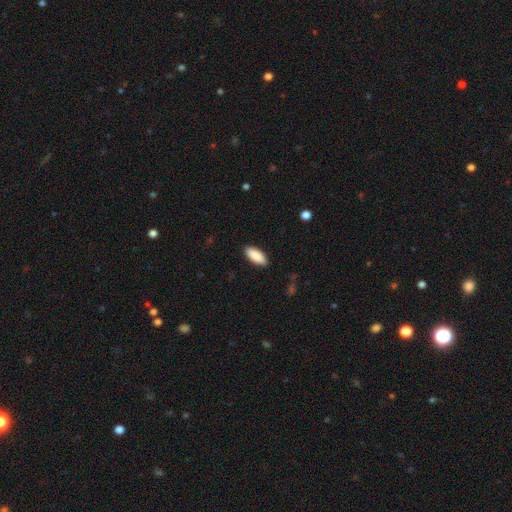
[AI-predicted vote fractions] A smooth galaxy with no disk features (90%) that is in between round and cigar-shaped (83%). Merging: none (89%).